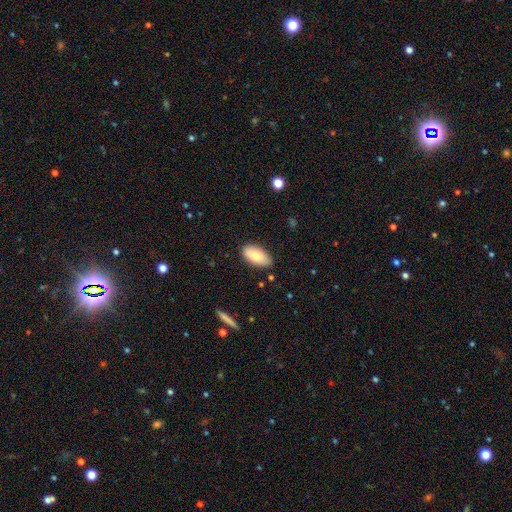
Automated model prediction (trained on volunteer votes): A smooth galaxy with no disk features (78%) that is in between round and cigar-shaped (94%). Merging: none (84%).